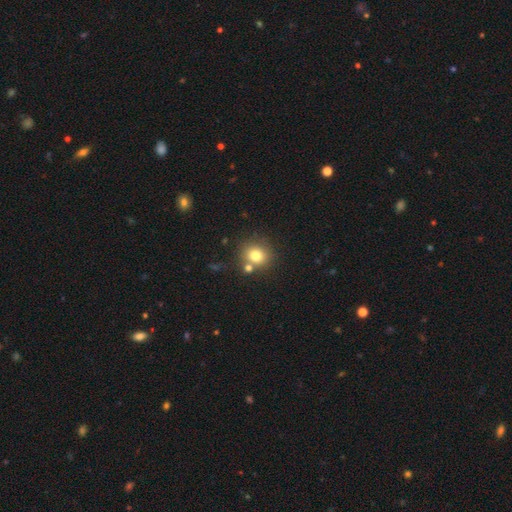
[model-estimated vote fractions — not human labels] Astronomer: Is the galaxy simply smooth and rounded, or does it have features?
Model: smooth — 77%.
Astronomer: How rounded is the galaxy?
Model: round — 82%.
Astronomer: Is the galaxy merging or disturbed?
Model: none — 70%.